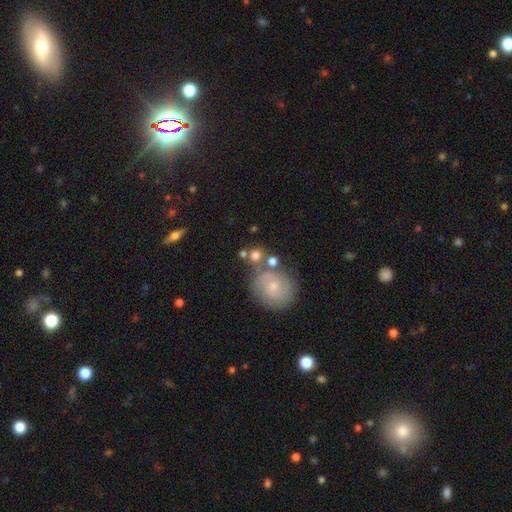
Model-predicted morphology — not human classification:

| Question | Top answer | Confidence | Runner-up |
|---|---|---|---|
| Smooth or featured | smooth | 62% | featured or disk (26%) |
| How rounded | round | 84% | in between (14%) |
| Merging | none | 60% | merger (22%) |